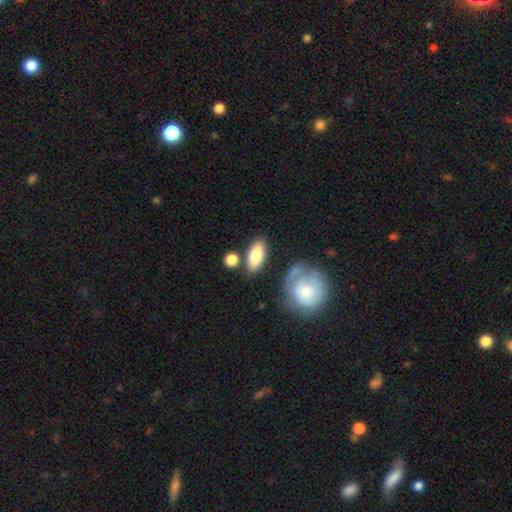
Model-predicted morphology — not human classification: This is likely a smooth galaxy (79%). How rounded: clearly in between (84%). Merging: likely none (75%).